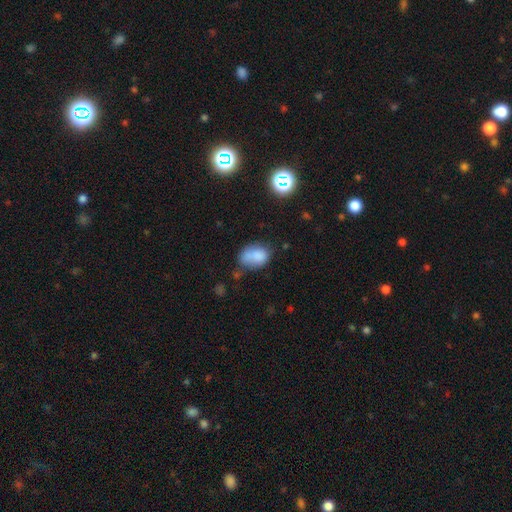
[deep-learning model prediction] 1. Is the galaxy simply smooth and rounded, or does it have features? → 78% smooth, 11% featured or disk, 11% star or artifact.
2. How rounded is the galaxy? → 77% in between, 22% round, 1% cigar-shaped.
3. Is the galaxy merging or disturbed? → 42% none, 30% minor disturbance, 14% merger, 13% major disturbance.